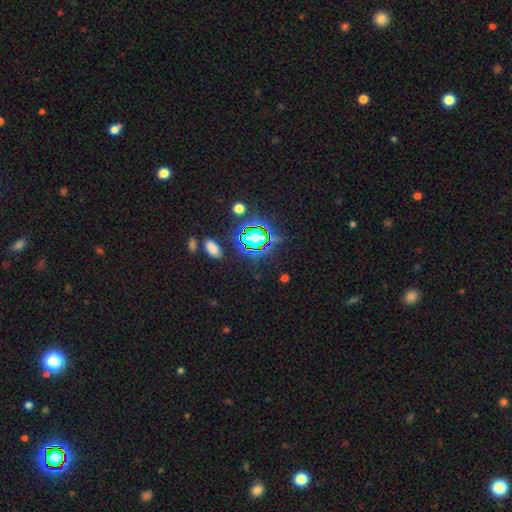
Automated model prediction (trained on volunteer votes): Smooth or featured?
  - star or artifact: 80% *
  - smooth: 12%
  - featured or disk: 8%